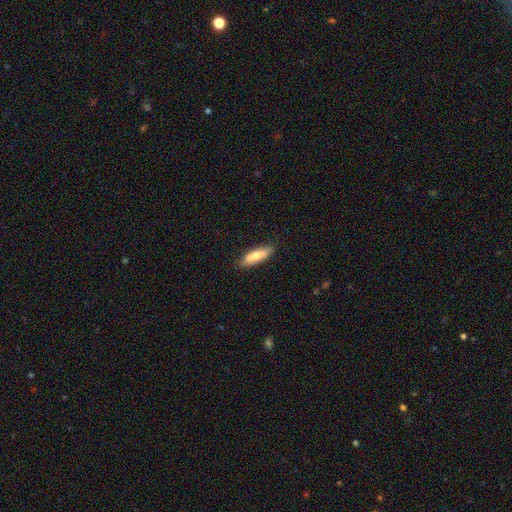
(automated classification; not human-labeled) smooth 74%, featured or disk 21%, star or artifact 6%. Down the decision tree: how rounded — cigar-shaped (56%); merging — none (84%).